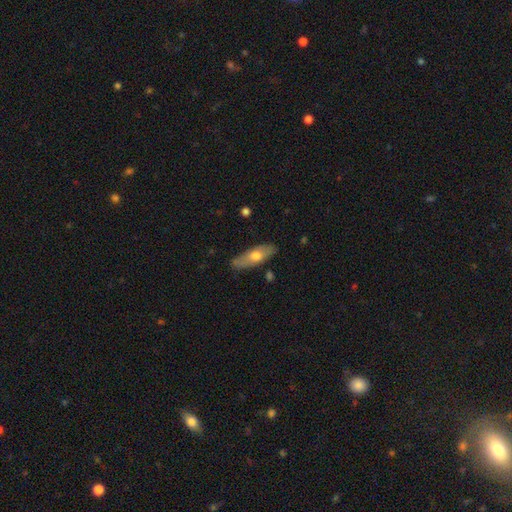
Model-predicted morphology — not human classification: Smooth or featured: smooth — 57% (featured or disk — 37%)
How rounded: in between — 56% (cigar-shaped — 41%)
Merging: none — 83% (minor disturbance — 13%)